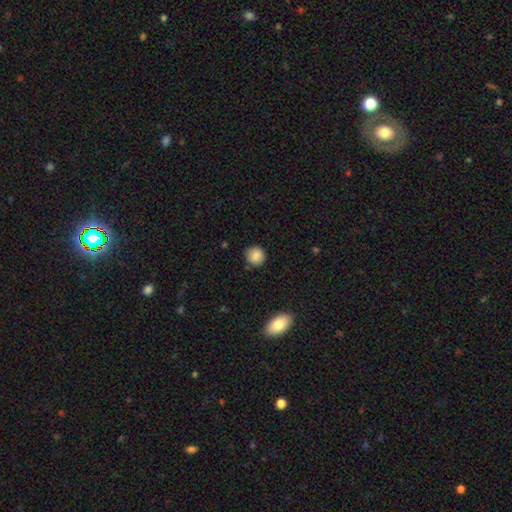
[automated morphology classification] smooth 87%, star or artifact 8%, featured or disk 5%. Down the decision tree: how rounded — round (90%); merging — none (86%).